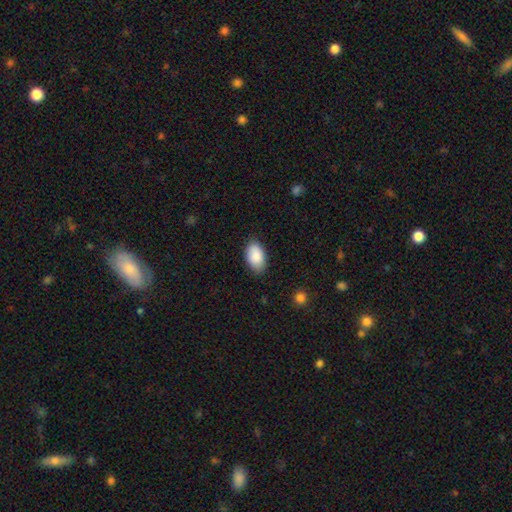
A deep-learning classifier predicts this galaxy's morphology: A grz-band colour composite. It shows a smooth galaxy with no disk features (89%) that is in between round and cigar-shaped (93%). Merging: none (83%).